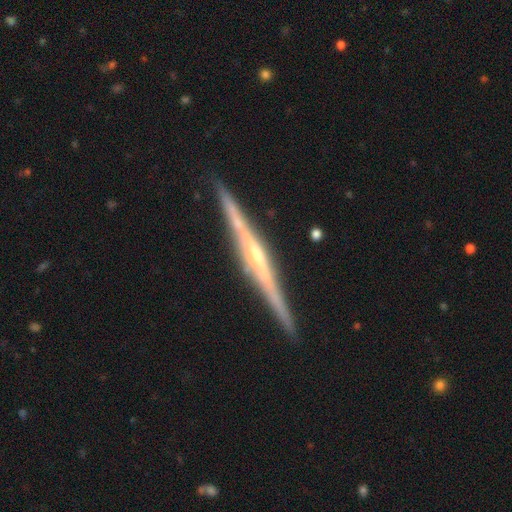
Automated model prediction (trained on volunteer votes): Q: Smooth or featured?
A: featured or disk (86%); runner-up: smooth (10%)
Q: Edge-on disk?
A: yes (98%); runner-up: no (2%)
Q: Edge-on bulge?
A: rounded (57%); runner-up: none (27%)
Q: Merging?
A: none (91%); runner-up: minor disturbance (7%)